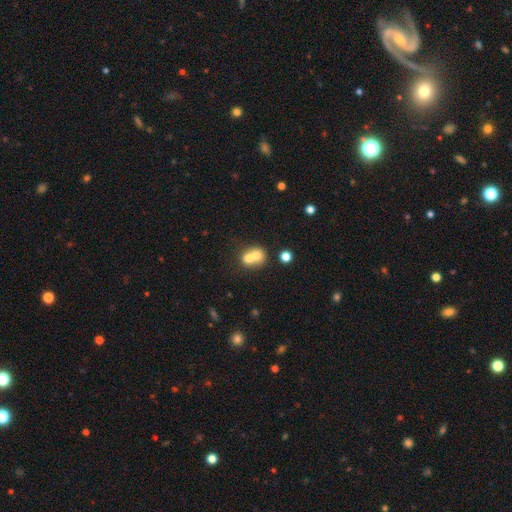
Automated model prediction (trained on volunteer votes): This appears to be a smooth galaxy with no disk features (68%) that is round (70%). Merging: merger (70%).